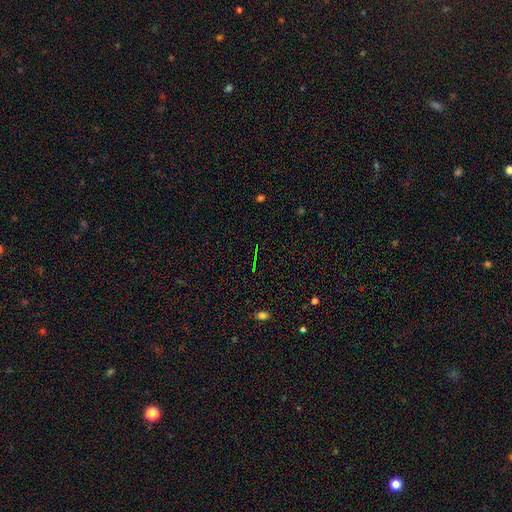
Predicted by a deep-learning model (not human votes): Smooth or featured: star or artifact — 72% (smooth — 16%)